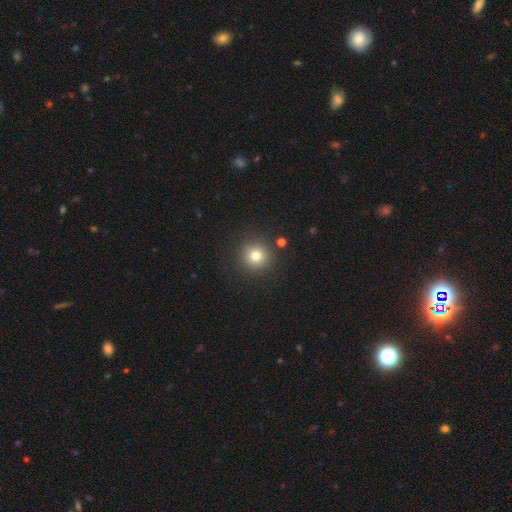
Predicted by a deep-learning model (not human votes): This appears to be a smooth galaxy with no disk features (78%) that is round (95%). Merging: none (89%).